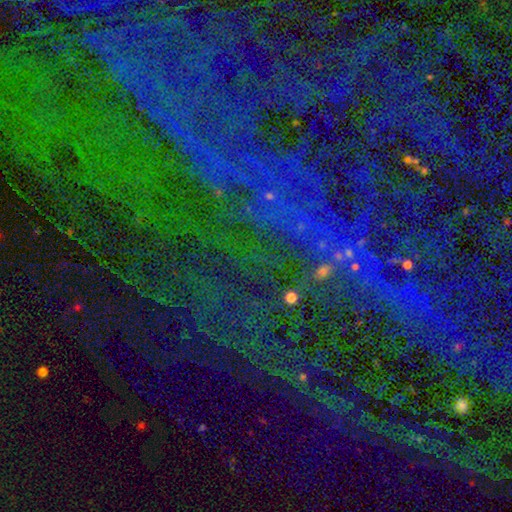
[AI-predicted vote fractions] A star or artifact, not a galaxy (81%).